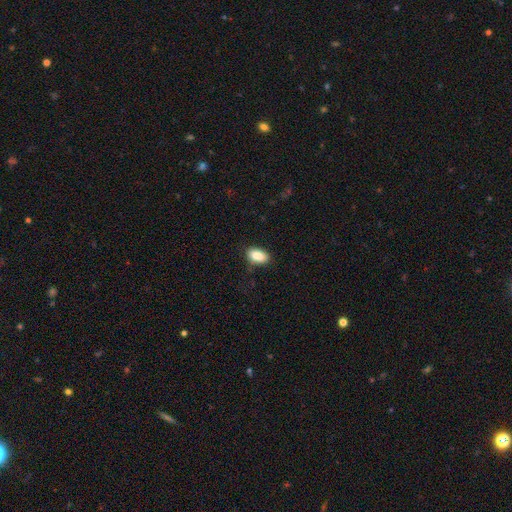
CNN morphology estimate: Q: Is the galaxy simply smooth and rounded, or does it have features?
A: smooth — 87%.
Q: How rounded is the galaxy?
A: in between — 92%.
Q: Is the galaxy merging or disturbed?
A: none — 82%.